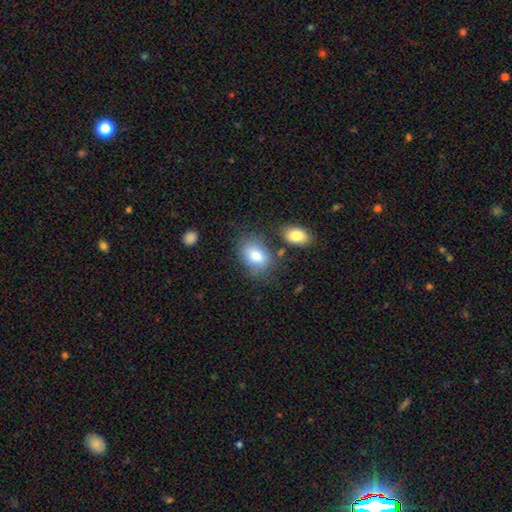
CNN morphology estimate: smooth_or_featured: smooth (p=0.80) [alt: featured or disk p=0.12]
how_rounded: in between (p=0.77) [alt: round p=0.22]
merging: none (p=0.66) [alt: minor disturbance p=0.17]